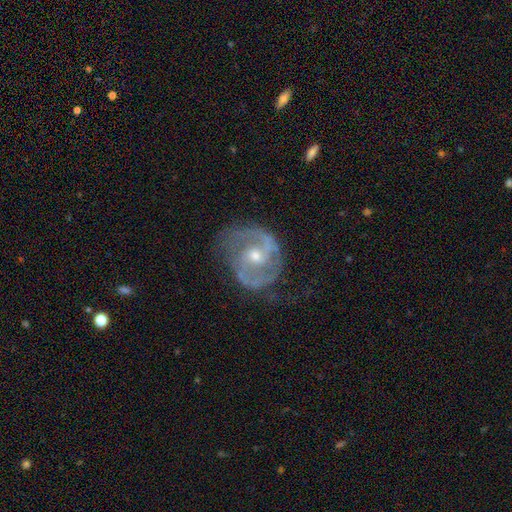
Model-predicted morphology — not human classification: This is clearly a featured or disk galaxy (88%). It is clearly not viewed edge-on (97%). Bar: possibly no (45%). Spiral arm pattern: clearly yes (96%). Spiral arm count: clearly 2 (83%). Spiral winding: possibly medium (53%). Central bulge: possibly moderate (54%). Merging: likely none (67%).